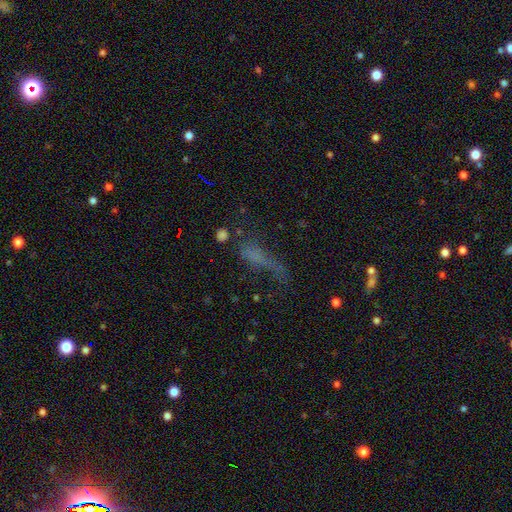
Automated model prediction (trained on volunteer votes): This appears to be a smooth galaxy with no disk features (50%) that is cigar-shaped (50%). Merging: major disturbance (42%).